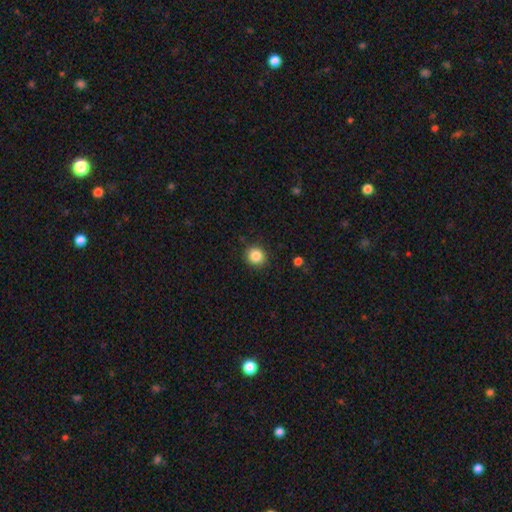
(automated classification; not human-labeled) smooth-or-featured: smooth: 86% | star or artifact: 10% | featured or disk: 4%
  how-rounded: round: 88% | in between: 11% | cigar-shaped: 1%
  merging: none: 89% | minor disturbance: 7% | major disturbance: 2% | merger: 1%